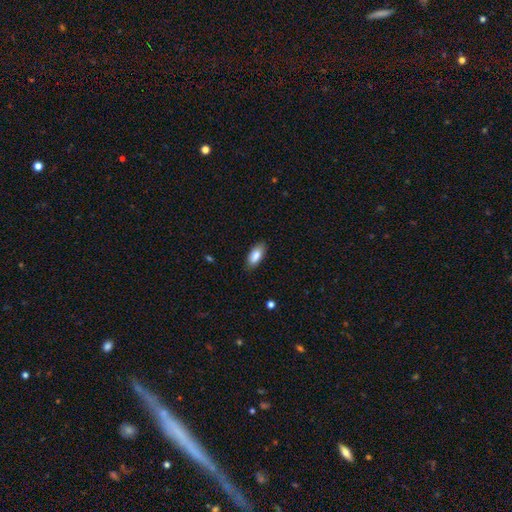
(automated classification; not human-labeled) Smooth or featured?
  - smooth: 86% *
  - featured or disk: 8%
  - star or artifact: 6%
How rounded?
  - in between: 89% *
  - cigar-shaped: 9%
  - round: 2%
Merging?
  - none: 84% *
  - minor disturbance: 12%
  - major disturbance: 2%
  - merger: 1%